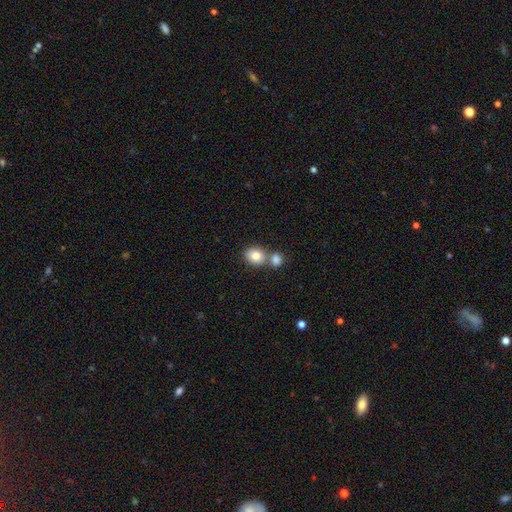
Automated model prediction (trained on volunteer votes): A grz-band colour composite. It shows a smooth galaxy with no disk features (81%) that is round (56%). Merging: none (48%).